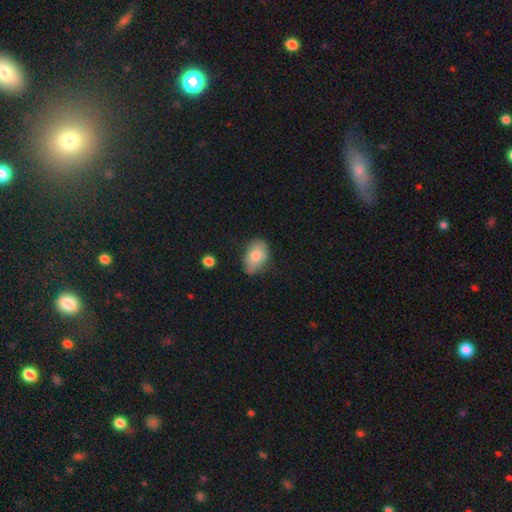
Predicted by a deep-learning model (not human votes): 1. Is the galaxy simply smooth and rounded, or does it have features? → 77% smooth, 16% featured or disk, 7% star or artifact.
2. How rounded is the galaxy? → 90% in between, 9% round, 2% cigar-shaped.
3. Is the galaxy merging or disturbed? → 70% none, 22% minor disturbance, 5% major disturbance, 3% merger.